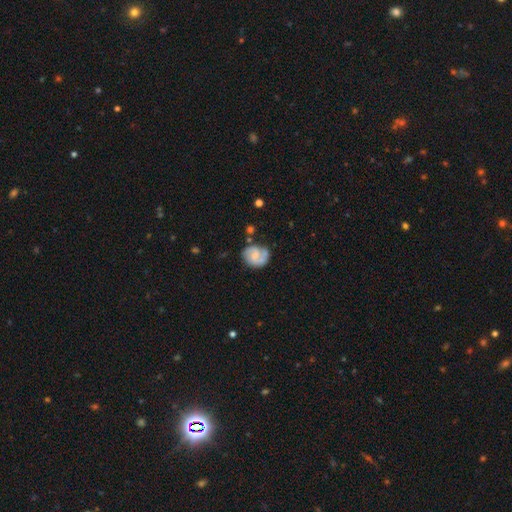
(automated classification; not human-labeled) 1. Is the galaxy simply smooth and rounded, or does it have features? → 64% featured or disk, 29% smooth, 7% star or artifact.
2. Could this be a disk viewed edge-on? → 98% no, 2% yes.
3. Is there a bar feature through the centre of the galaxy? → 47% no, 45% weak, 9% strong.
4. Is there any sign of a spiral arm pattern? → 88% yes, 12% no.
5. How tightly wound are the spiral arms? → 44% medium, 36% tight, 20% loose.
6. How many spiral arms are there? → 72% 2, 12% can't tell, 11% 1, 3% 3, 1% 4, 1% more than 4.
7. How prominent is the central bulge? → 48% small, 35% moderate, 13% none, 3% large, 1% dominant.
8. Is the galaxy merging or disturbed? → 62% none, 23% minor disturbance, 9% major disturbance, 6% merger.